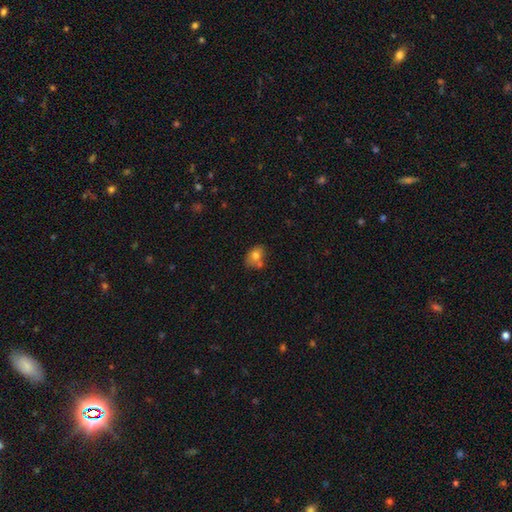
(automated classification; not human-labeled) A smooth galaxy with no disk features (75%) that is in between round and cigar-shaped (72%). Merging: none (56%).